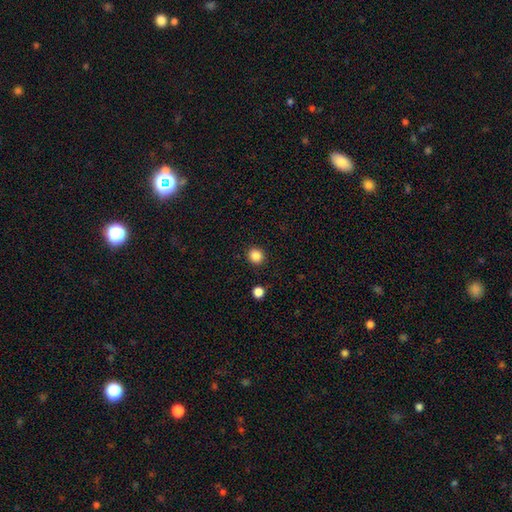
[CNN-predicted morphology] type=smooth (86%); roundness=round (85%); merging=none (91%).